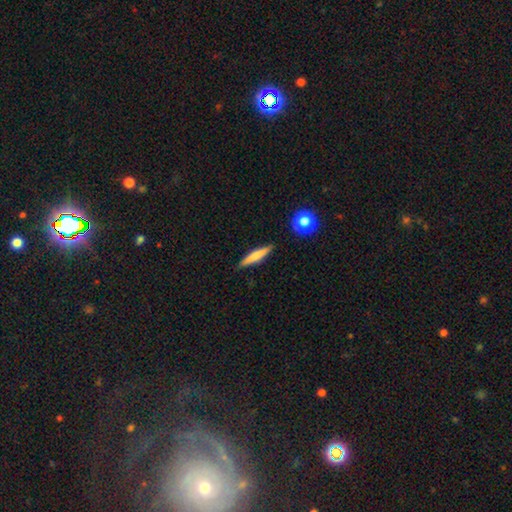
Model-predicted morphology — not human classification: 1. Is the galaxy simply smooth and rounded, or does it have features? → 64% smooth, 29% featured or disk, 6% star or artifact.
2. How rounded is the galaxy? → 90% cigar-shaped, 8% in between, 2% round.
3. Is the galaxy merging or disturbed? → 87% none, 9% minor disturbance, 2% merger, 2% major disturbance.